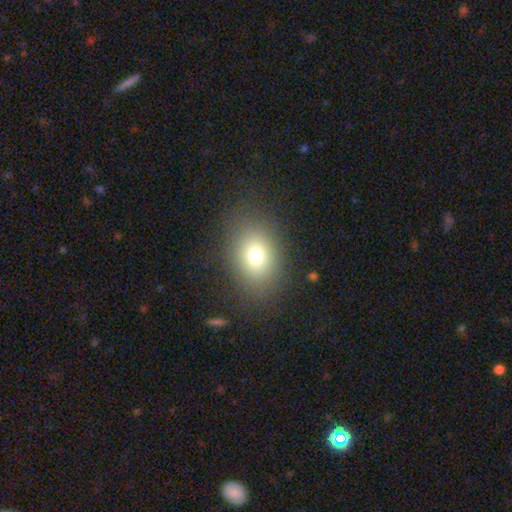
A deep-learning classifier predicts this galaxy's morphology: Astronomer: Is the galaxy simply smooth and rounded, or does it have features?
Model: smooth — 74%.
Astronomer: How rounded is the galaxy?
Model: in between — 65%.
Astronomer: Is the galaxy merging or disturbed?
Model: none — 83%.